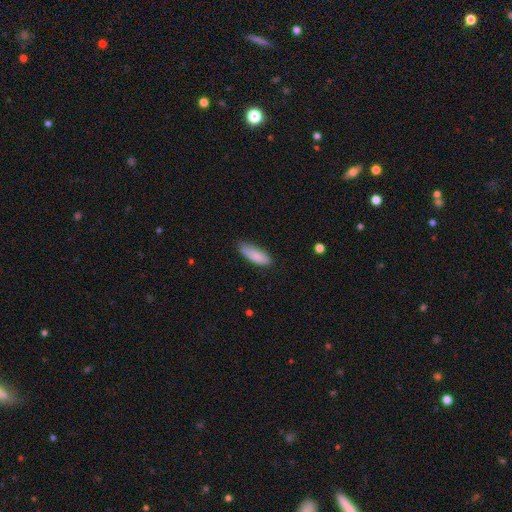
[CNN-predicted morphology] This appears to be a smooth galaxy with no disk features (87%) that is in between round and cigar-shaped (61%). Merging: none (75%).